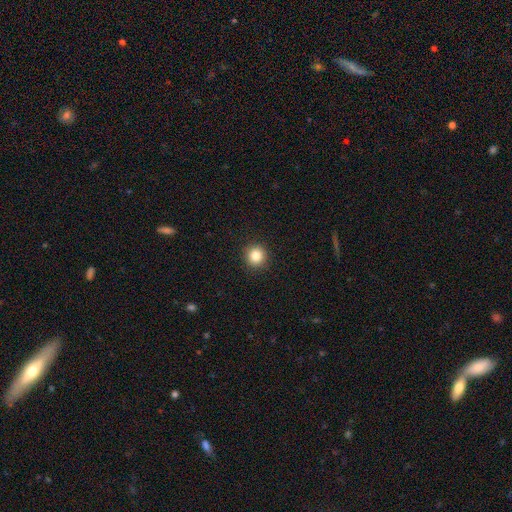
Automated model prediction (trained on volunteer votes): A smooth galaxy with no disk features (84%) that is round (94%).

Vote fractions:
- Smooth or featured? smooth: 84% / star or artifact: 11% / featured or disk: 5%
- How rounded? round: 94% / in between: 5% / cigar-shaped: 1%
- Merging? none: 92% / minor disturbance: 5% / major disturbance: 2% / merger: 1%